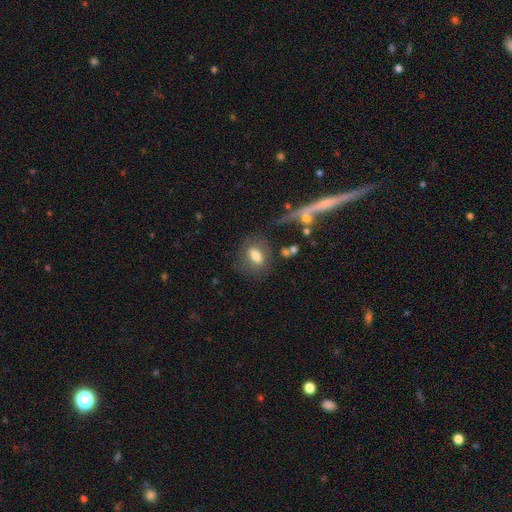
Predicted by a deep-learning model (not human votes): The model was most divided on "how rounded": in between: 72%, round: 23%, cigar-shaped: 5%. More confident: smooth or featured — smooth (74%); merging — none (74%).